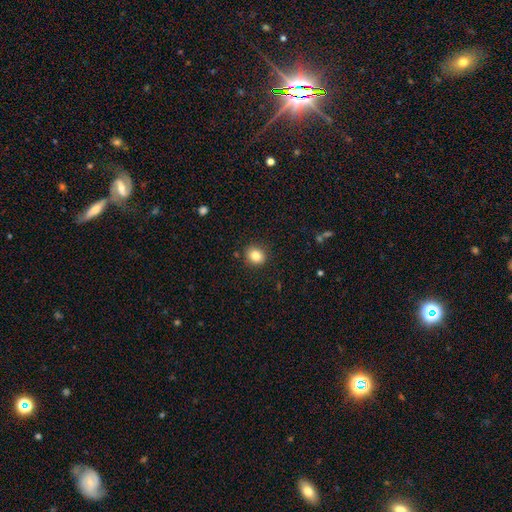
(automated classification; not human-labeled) This is clearly a smooth galaxy (83%). How rounded: likely round (75%). Merging: clearly none (89%).